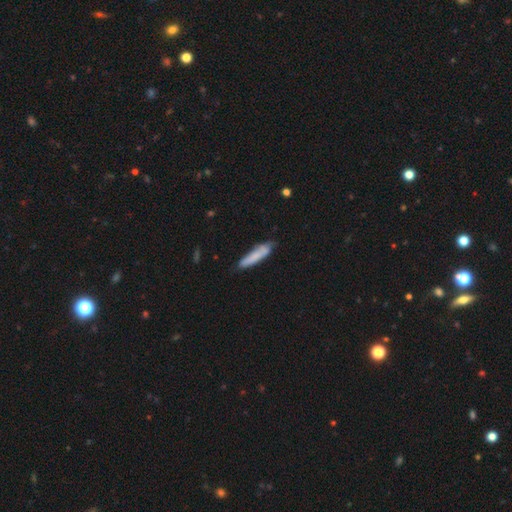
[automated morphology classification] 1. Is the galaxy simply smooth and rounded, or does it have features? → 76% smooth, 18% featured or disk, 6% star or artifact.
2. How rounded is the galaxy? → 83% cigar-shaped, 16% in between, 1% round.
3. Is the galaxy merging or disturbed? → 66% none, 25% minor disturbance, 5% major disturbance, 4% merger.